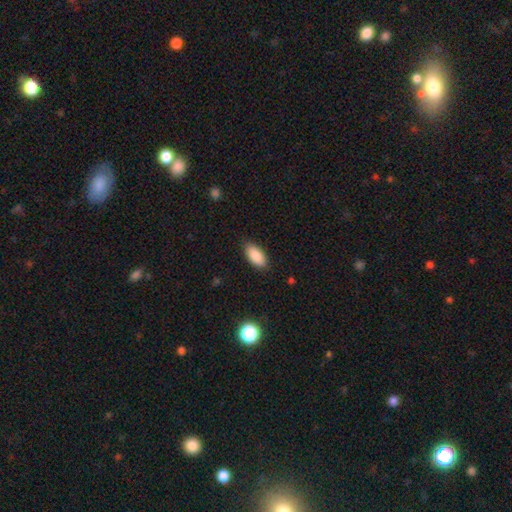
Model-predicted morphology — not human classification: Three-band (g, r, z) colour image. It shows a smooth galaxy with no disk features (88%) that is in between round and cigar-shaped (92%). Merging: none (85%).